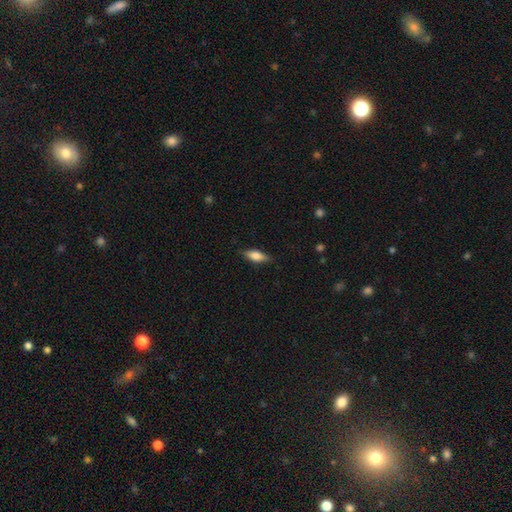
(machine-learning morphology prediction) Overall: smooth (71%). How rounded: in between (65%; cigar-shaped 32%). Merging: none (83%).